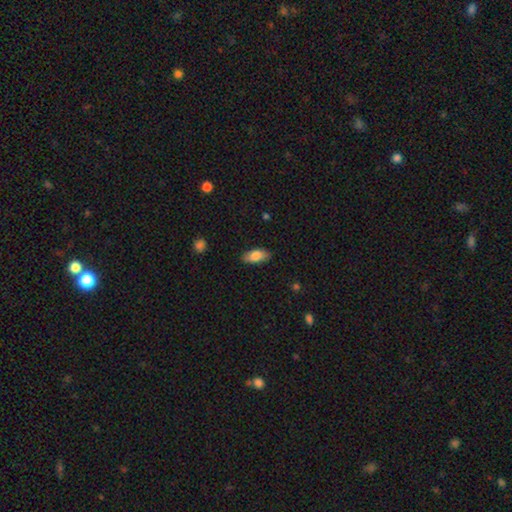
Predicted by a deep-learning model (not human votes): smooth-or-featured: smooth: 83% | featured or disk: 10% | star or artifact: 6%
  how-rounded: in between: 88% | cigar-shaped: 10% | round: 2%
  merging: none: 84% | minor disturbance: 12% | major disturbance: 3% | merger: 1%